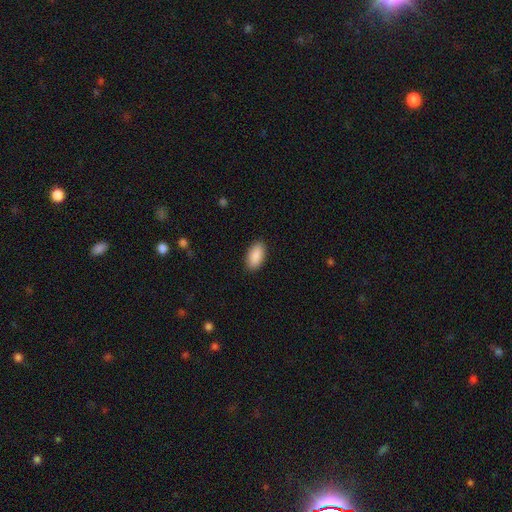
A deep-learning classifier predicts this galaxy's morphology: This appears to be a smooth galaxy with no disk features (91%) that is in between round and cigar-shaped (94%). Merging: none (89%).